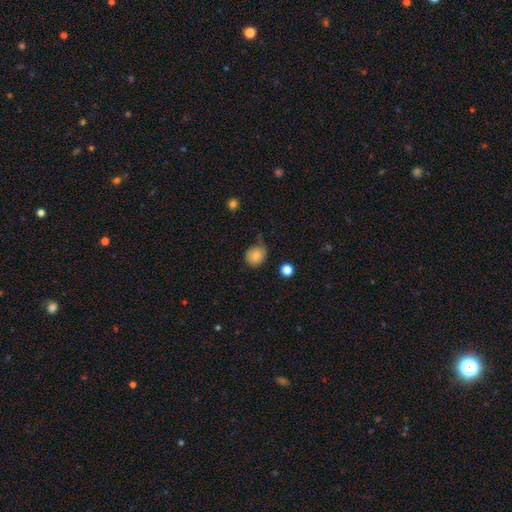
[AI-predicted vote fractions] This is likely a smooth galaxy (77%). How rounded: likely round (78%). Merging: possibly none (51%).